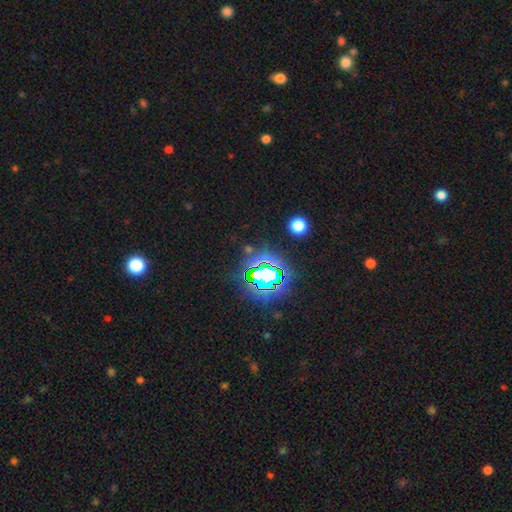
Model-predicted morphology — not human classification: smooth-or-featured: star or artifact: 85% | smooth: 9% | featured or disk: 6%